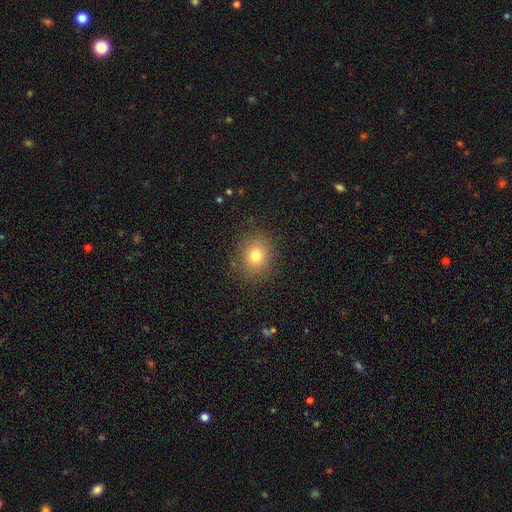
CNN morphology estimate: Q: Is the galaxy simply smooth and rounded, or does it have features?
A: smooth — 77%.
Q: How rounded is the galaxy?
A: round — 67%.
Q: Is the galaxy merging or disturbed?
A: none — 86%.